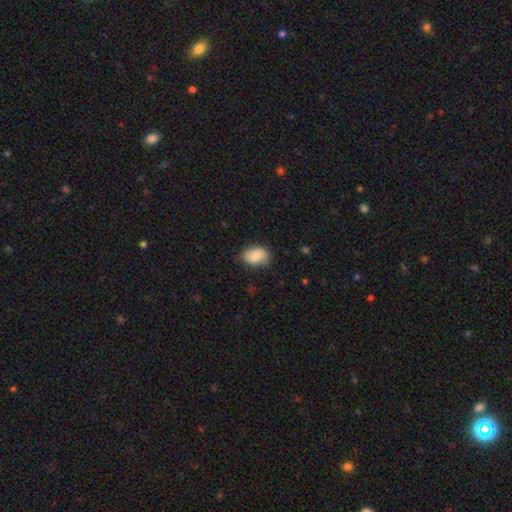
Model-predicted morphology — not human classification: Smooth or featured: smooth — 76% (featured or disk — 17%)
How rounded: in between — 79% (round — 20%)
Merging: none — 76% (minor disturbance — 19%)